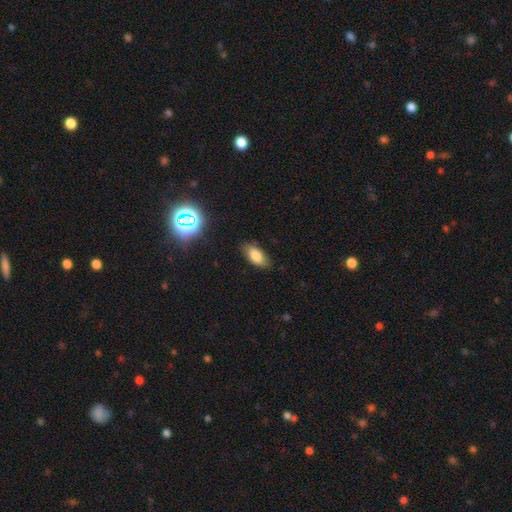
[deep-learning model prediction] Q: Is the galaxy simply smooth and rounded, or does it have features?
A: smooth — 80%.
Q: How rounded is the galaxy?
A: in between — 89%.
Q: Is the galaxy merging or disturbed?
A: none — 81%.